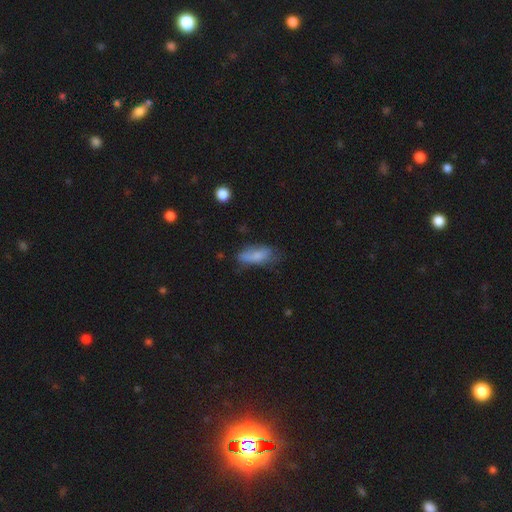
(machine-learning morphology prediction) smooth-or-featured: smooth: 74% | featured or disk: 17% | star or artifact: 8%
  how-rounded: in between: 78% | cigar-shaped: 19% | round: 3%
  merging: none: 49% | minor disturbance: 33% | major disturbance: 15% | merger: 4%